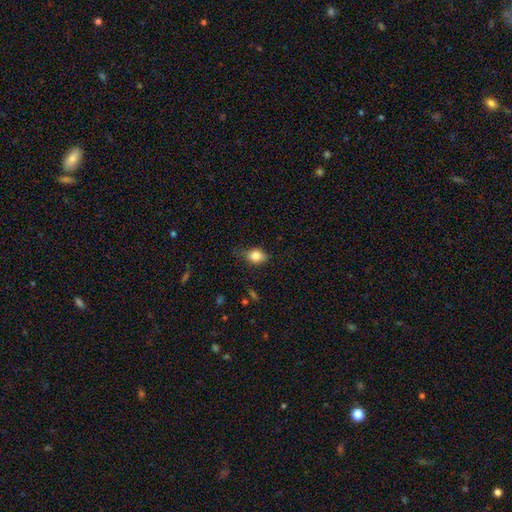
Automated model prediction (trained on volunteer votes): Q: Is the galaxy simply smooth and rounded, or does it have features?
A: smooth — 82%.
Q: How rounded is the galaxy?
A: in between — 65%.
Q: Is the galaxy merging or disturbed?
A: none — 63%.